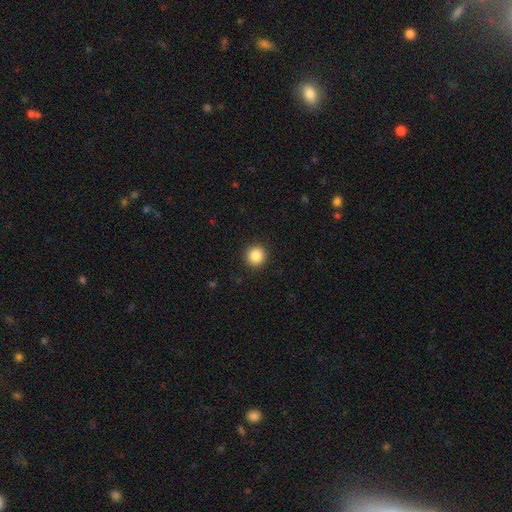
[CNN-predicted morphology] A smooth galaxy with no disk features (86%) that is round (95%). Merging: none (92%).